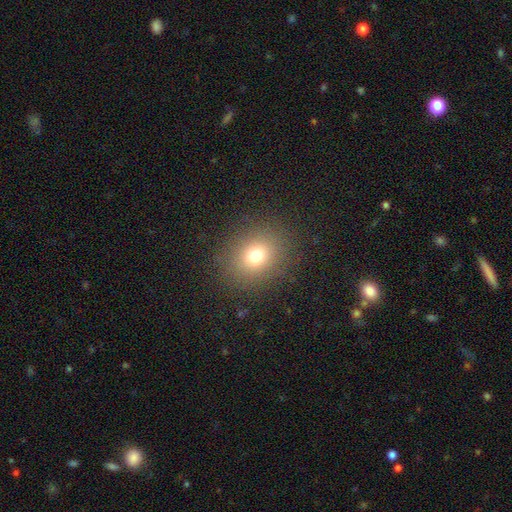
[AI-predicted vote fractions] A smooth galaxy with no disk features (74%) that is round (64%). Merging: none (87%).